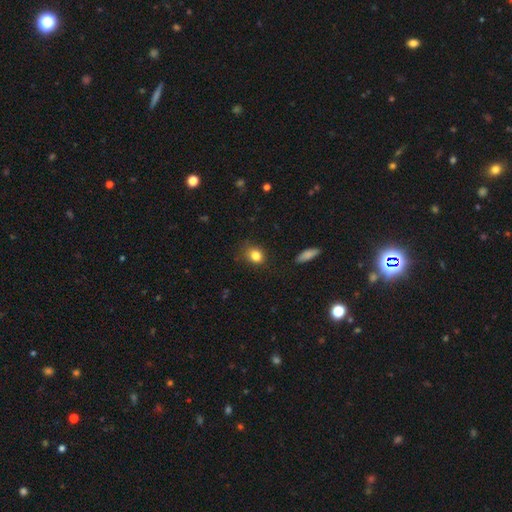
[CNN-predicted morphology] Smooth or featured: smooth — 83% (star or artifact — 10%)
How rounded: round — 53% (in between — 45%)
Merging: none — 77% (minor disturbance — 17%)